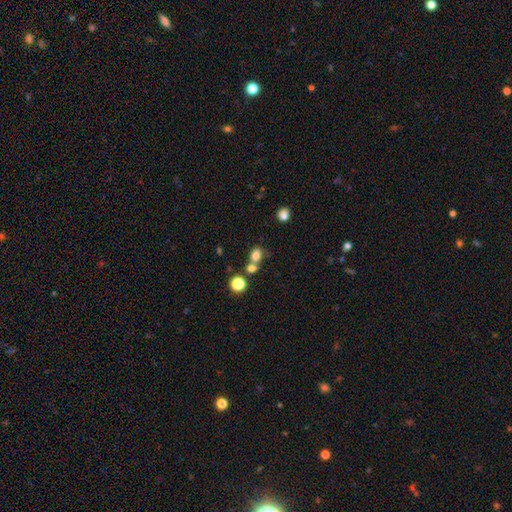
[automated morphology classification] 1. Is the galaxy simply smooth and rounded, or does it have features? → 77% smooth, 14% star or artifact, 9% featured or disk.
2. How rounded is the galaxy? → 50% in between, 48% round, 1% cigar-shaped.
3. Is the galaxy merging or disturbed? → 47% none, 38% merger, 11% minor disturbance, 5% major disturbance.